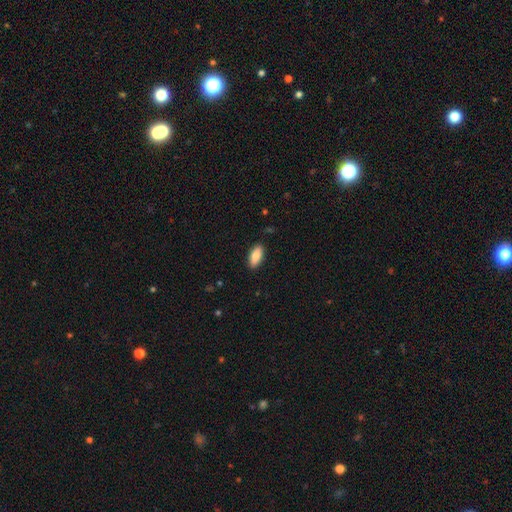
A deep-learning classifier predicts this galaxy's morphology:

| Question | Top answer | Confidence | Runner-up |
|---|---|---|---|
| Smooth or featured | smooth | 83% | featured or disk (11%) |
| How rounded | in between | 84% | cigar-shaped (14%) |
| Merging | none | 89% | minor disturbance (8%) |